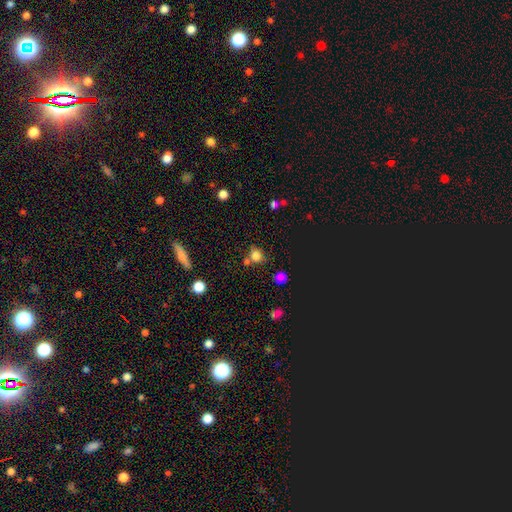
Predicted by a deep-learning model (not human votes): Smooth or featured: smooth — 78% (star or artifact — 16%)
How rounded: round — 77% (in between — 21%)
Merging: none — 65% (merger — 17%)